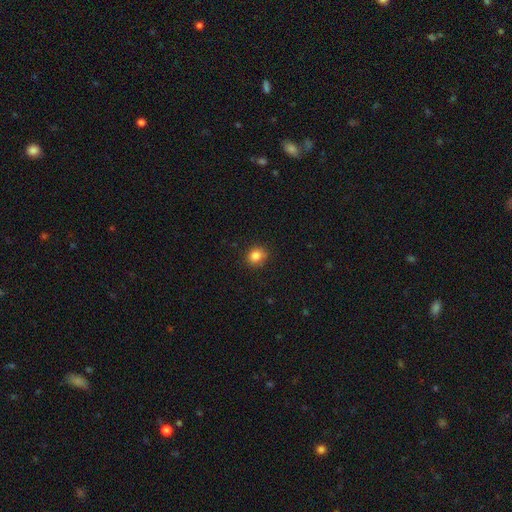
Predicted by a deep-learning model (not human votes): This is clearly a smooth galaxy (85%). How rounded: likely round (70%). Merging: clearly none (85%).